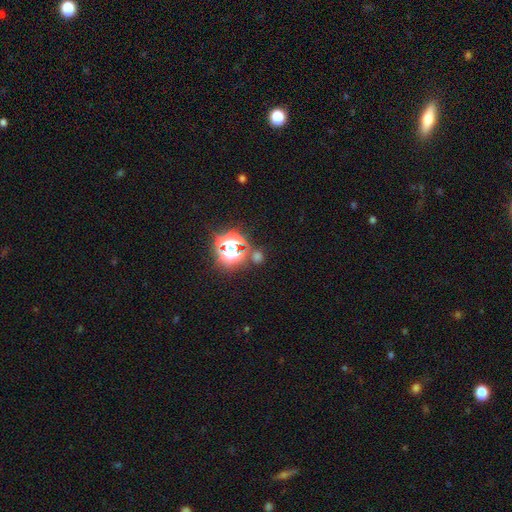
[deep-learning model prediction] This appears to be a star or artifact, not a galaxy (67%).